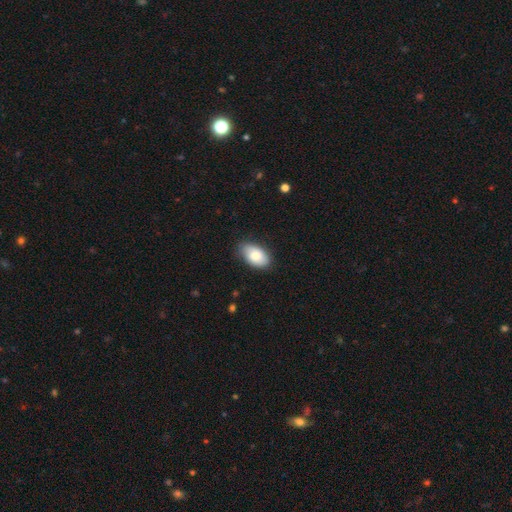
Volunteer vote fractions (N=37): Q: Smooth or featured?
A: smooth (84%); runner-up: featured or disk (11%)
Q: How rounded?
A: in between (97%); runner-up: cigar-shaped (3%)
Q: Merging?
A: none (94%); runner-up: minor disturbance (6%)